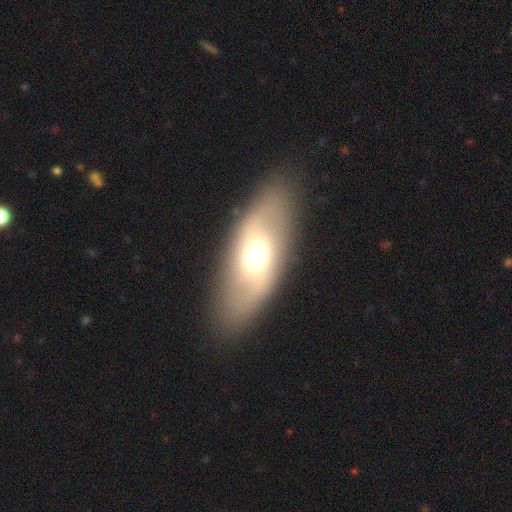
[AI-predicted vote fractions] Morphology: type=featured or disk (47%); merging=none (85%).